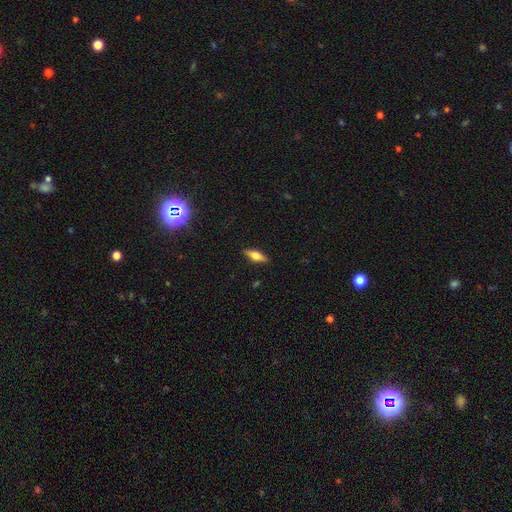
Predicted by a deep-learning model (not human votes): smooth 57%, featured or disk 36%, star or artifact 7%. Down the decision tree: how rounded — in between (59%); merging — none (88%).